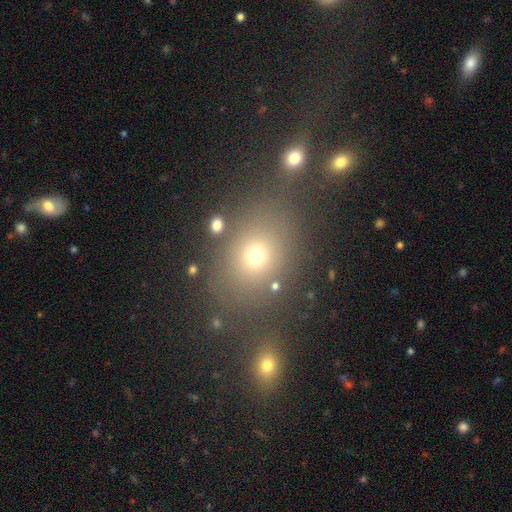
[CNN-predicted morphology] smooth 66%, star or artifact 22%, featured or disk 12%. Down the decision tree: how rounded — round (52%); merging — none (73%).